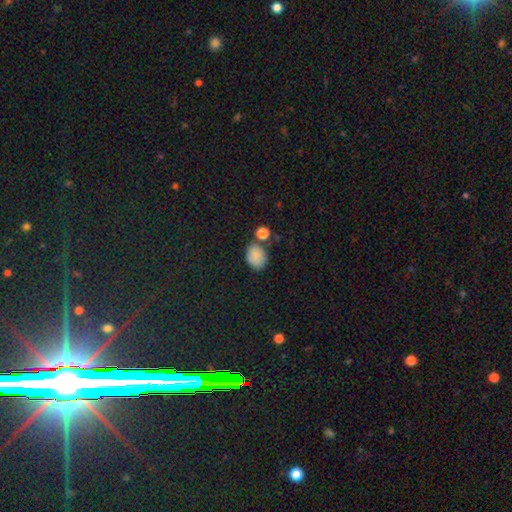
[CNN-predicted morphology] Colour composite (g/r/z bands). It shows a smooth galaxy with no disk features (83%) that is in between round and cigar-shaped (52%). Merging: none (69%).